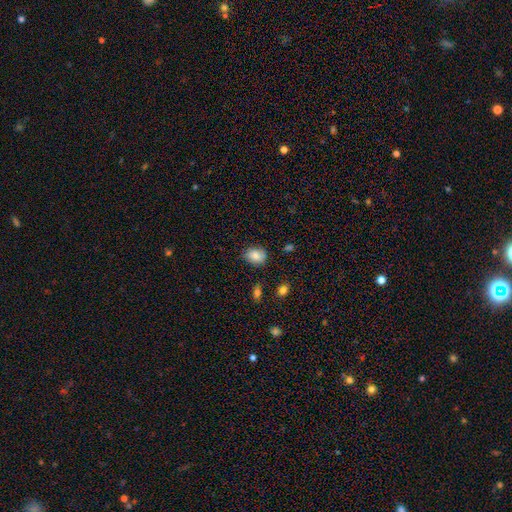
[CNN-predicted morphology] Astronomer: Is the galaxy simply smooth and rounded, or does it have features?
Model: smooth — 83%.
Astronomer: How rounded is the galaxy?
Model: in between — 60% (runner-up: round, 39%).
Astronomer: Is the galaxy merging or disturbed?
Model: none — 70%.